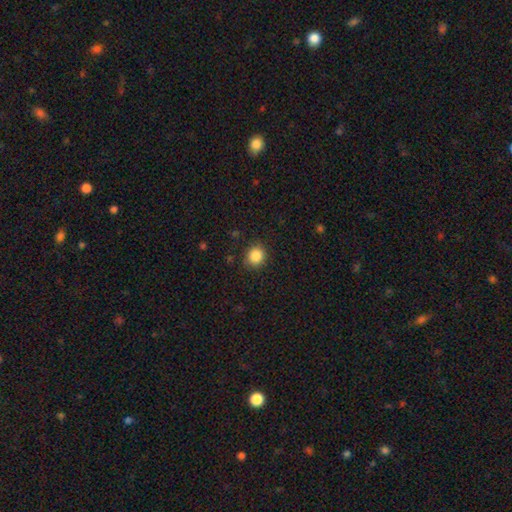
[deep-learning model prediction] Q: Smooth or featured?
A: smooth (86%); runner-up: star or artifact (10%)
Q: How rounded?
A: round (85%); runner-up: in between (14%)
Q: Merging?
A: none (87%); runner-up: minor disturbance (9%)